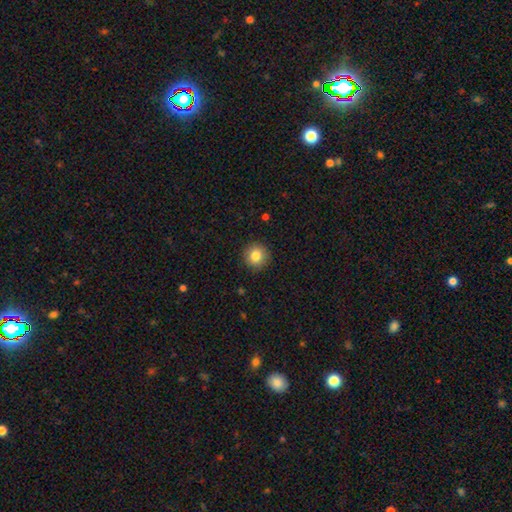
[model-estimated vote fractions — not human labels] Smooth or featured?
  - smooth: 84% *
  - star or artifact: 9%
  - featured or disk: 7%
How rounded?
  - round: 94% *
  - in between: 5%
  - cigar-shaped: 1%
Merging?
  - none: 91% *
  - minor disturbance: 6%
  - major disturbance: 2%
  - merger: 1%